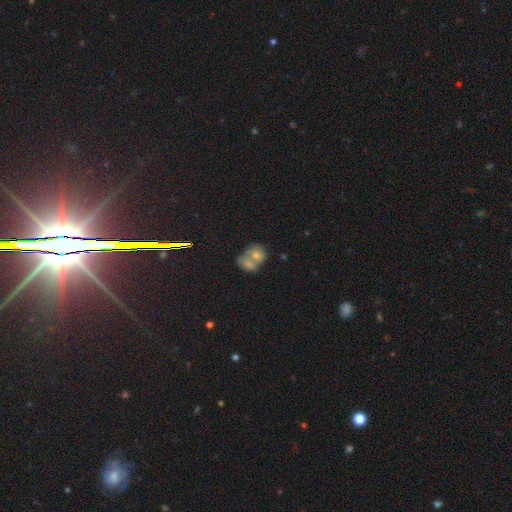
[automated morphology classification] Smooth or featured? Predicted: smooth (p=0.51). How rounded? Predicted: round (p=0.58). Merging? Predicted: merger (p=0.63).